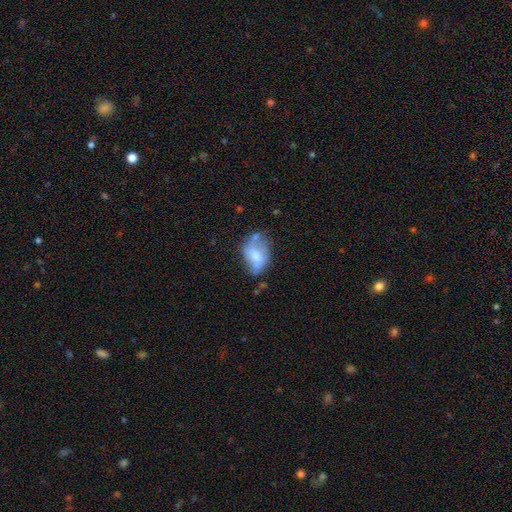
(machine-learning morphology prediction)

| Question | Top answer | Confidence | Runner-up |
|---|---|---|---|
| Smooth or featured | smooth | 52% | featured or disk (40%) |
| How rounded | in between | 85% | round (13%) |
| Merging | none | 38% | minor disturbance (32%) |